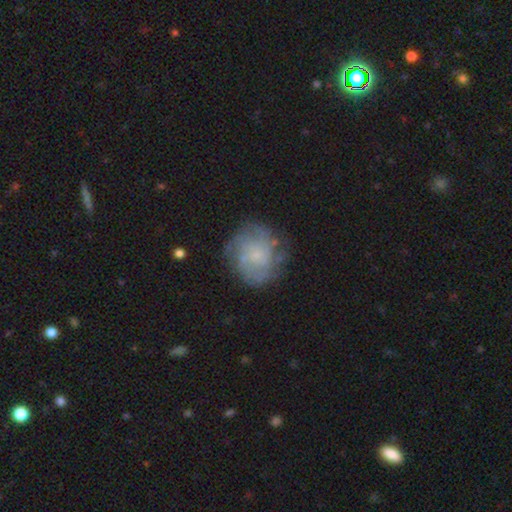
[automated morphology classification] The model was most divided on "smooth or featured": featured or disk: 63%, smooth: 29%, star or artifact: 8%. More confident: edge-on disk — no (98%); spiral arms — yes (80%); bar — no (76%); merging — none (68%); bulge size — small (62%).